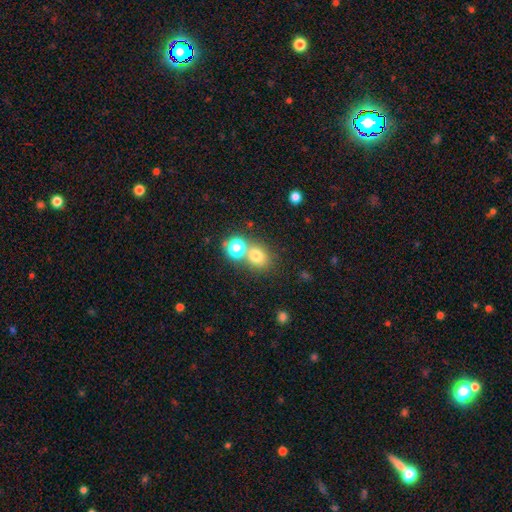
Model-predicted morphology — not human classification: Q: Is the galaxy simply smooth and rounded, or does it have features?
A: smooth — 71%.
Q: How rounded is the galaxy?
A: round — 73%.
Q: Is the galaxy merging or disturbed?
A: none — 61%.